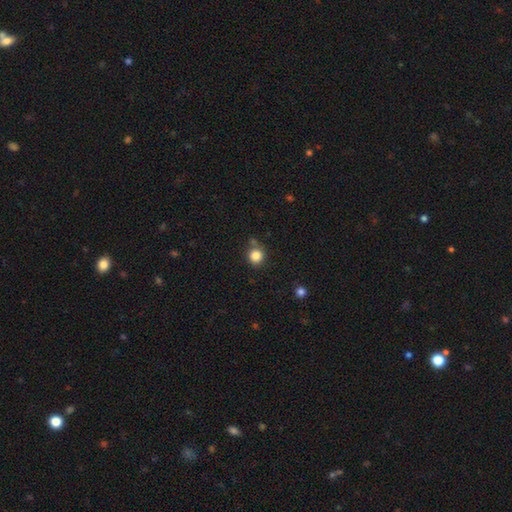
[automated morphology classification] This is clearly a smooth galaxy (84%). How rounded: clearly round (90%). Merging: likely none (78%).